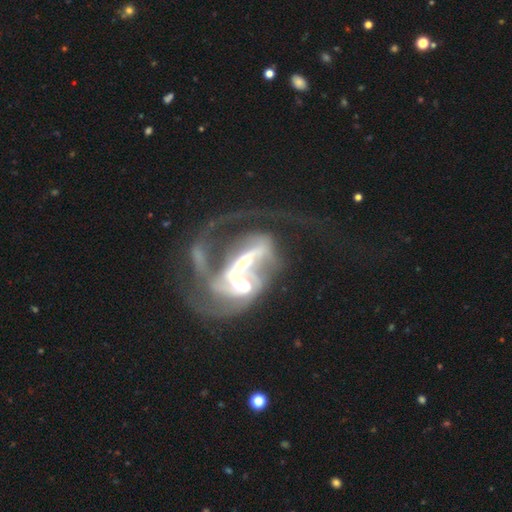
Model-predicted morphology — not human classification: Q: Smooth or featured?
A: featured or disk (84%); runner-up: smooth (8%)
Q: Edge-on disk?
A: no (96%); runner-up: yes (4%)
Q: Bar?
A: strong (34%); runner-up: no (33%)
Q: Spiral arms?
A: yes (83%); runner-up: no (17%)
Q: Spiral winding?
A: loose (39%); runner-up: medium (38%)
Q: Spiral arm count?
A: 2 (40%); runner-up: can't tell (28%)
Q: Bulge size?
A: moderate (53%); runner-up: small (25%)
Q: Merging?
A: merger (64%); runner-up: major disturbance (23%)